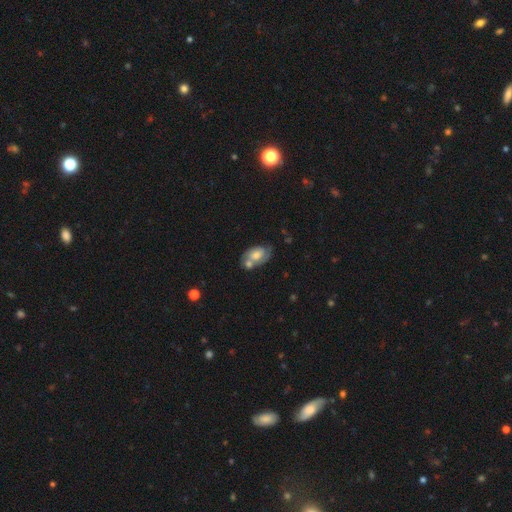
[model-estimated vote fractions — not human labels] Smooth or featured? Predicted: featured or disk (p=0.52). Edge-on disk? Predicted: no (p=0.95). Merging? Predicted: none (p=0.43).